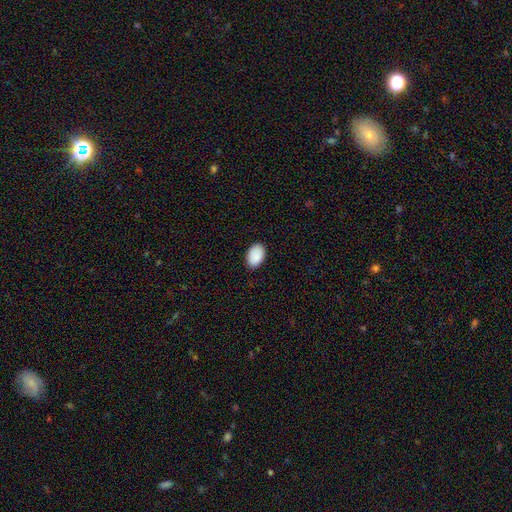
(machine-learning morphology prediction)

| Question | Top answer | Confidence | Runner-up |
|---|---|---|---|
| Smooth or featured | smooth | 90% | star or artifact (6%) |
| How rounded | in between | 91% | round (8%) |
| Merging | none | 88% | minor disturbance (10%) |